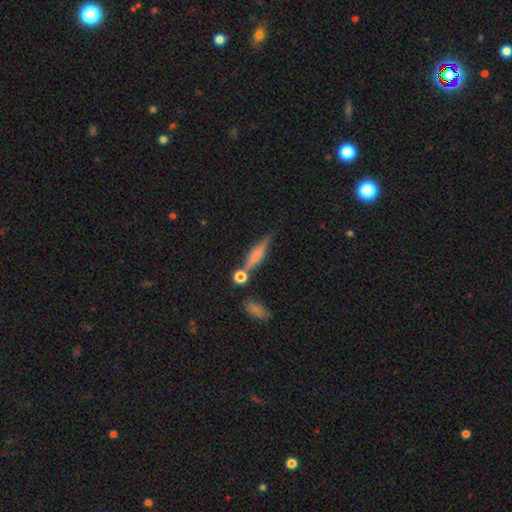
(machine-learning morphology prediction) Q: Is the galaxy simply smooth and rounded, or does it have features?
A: featured or disk — 48%.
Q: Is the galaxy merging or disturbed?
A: none — 66%.